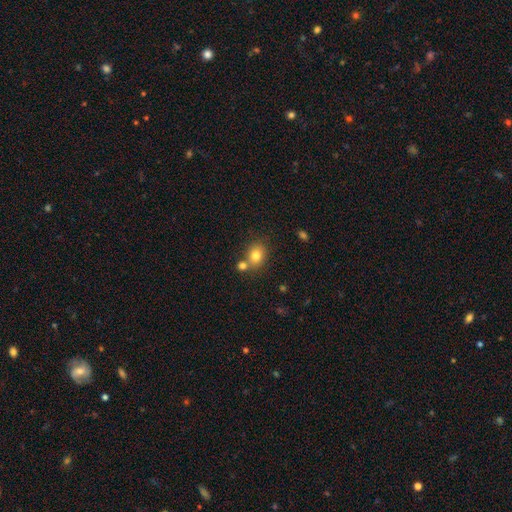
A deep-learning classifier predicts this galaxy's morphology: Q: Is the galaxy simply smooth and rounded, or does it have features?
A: smooth — 81%.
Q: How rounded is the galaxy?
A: in between — 54%.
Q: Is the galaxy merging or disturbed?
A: none — 59%.